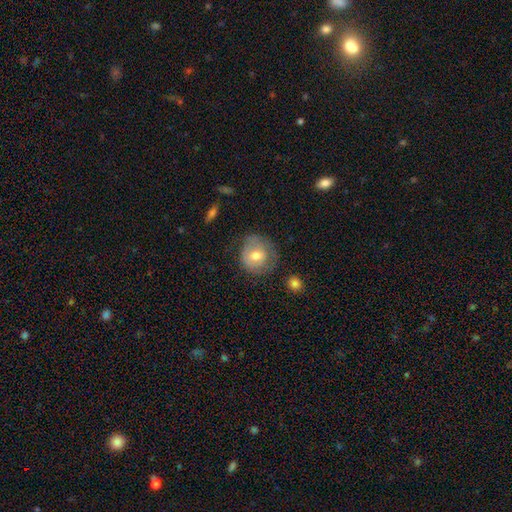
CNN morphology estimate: Overall: smooth (65%; featured or disk 28%). How rounded: round (82%). Merging: none (60%; minor disturbance 26%).